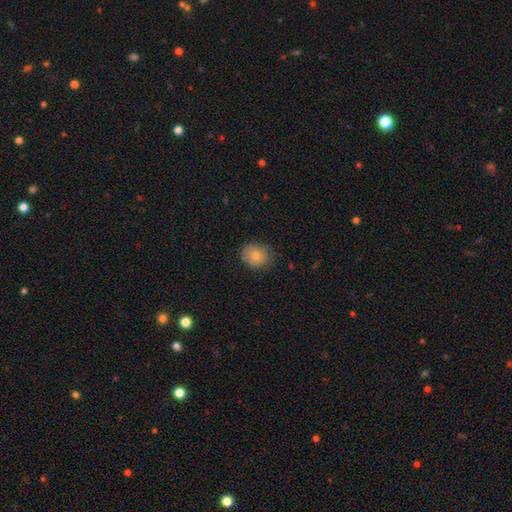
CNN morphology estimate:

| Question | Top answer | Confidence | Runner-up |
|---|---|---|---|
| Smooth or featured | smooth | 77% | featured or disk (13%) |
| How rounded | round | 67% | in between (32%) |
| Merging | none | 82% | minor disturbance (14%) |